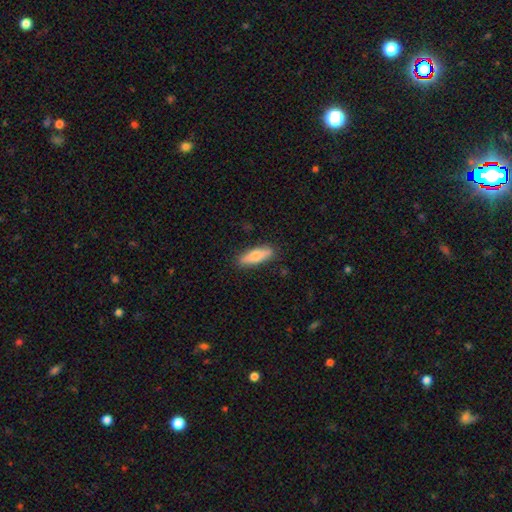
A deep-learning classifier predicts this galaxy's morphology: Smooth or featured? Predicted: smooth (p=0.70). How rounded? Predicted: cigar-shaped (p=0.56). Merging? Predicted: none (p=0.85).